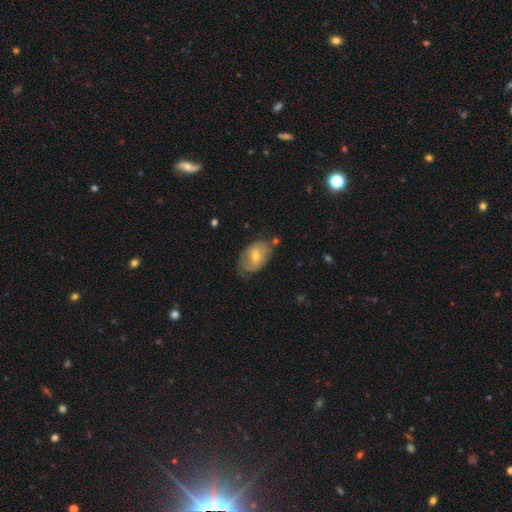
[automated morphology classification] smooth 46%, featured or disk 45%, star or artifact 9%. Down the decision tree: merging — none (67%).